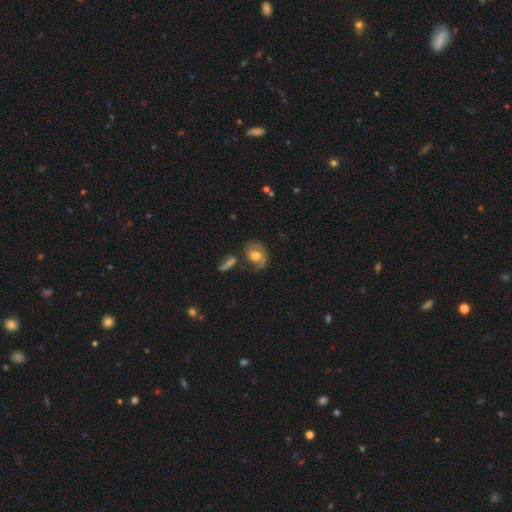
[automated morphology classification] smooth_or_featured: smooth (p=0.57) [alt: featured or disk p=0.35]
how_rounded: in between (p=0.53) [alt: round p=0.45]
merging: none (p=0.54) [alt: minor disturbance p=0.24]